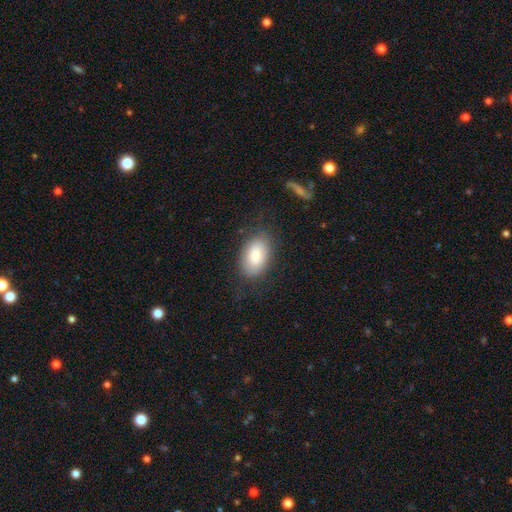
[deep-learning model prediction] smooth_or_featured: smooth (p=0.81) [alt: featured or disk p=0.12]
how_rounded: in between (p=0.92) [alt: round p=0.06]
merging: none (p=0.76) [alt: minor disturbance p=0.16]